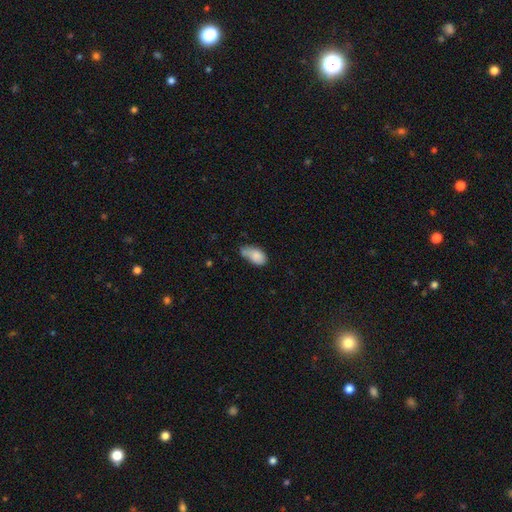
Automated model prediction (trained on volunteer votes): Smooth or featured? Predicted: smooth (p=0.82). How rounded? Predicted: in between (p=0.91). Merging? Predicted: none (p=0.38).